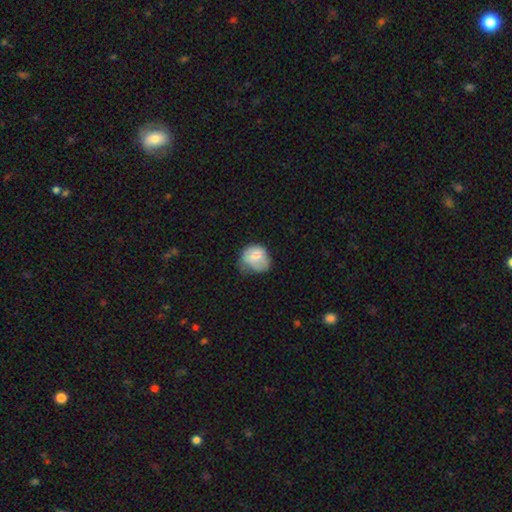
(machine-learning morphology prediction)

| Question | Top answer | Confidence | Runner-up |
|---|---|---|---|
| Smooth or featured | smooth | 71% | featured or disk (21%) |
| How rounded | round | 61% | in between (38%) |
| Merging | minor disturbance | 43% | none (32%) |